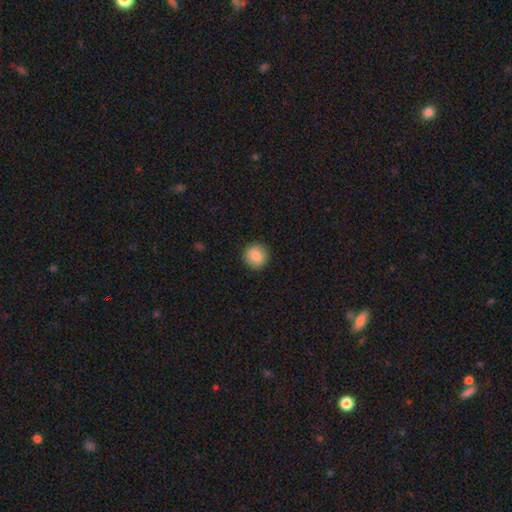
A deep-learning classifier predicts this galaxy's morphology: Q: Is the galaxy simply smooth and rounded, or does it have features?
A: smooth — 86%.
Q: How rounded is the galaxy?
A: round — 91%.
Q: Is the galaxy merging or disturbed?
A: none — 91%.